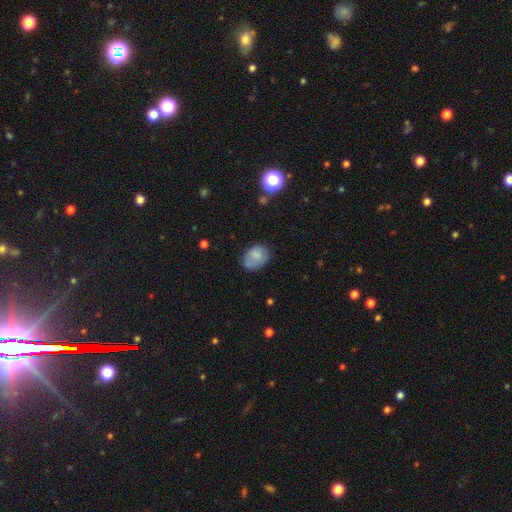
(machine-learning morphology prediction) type=smooth (74%); roundness=in between (73%); merging=none (55%).